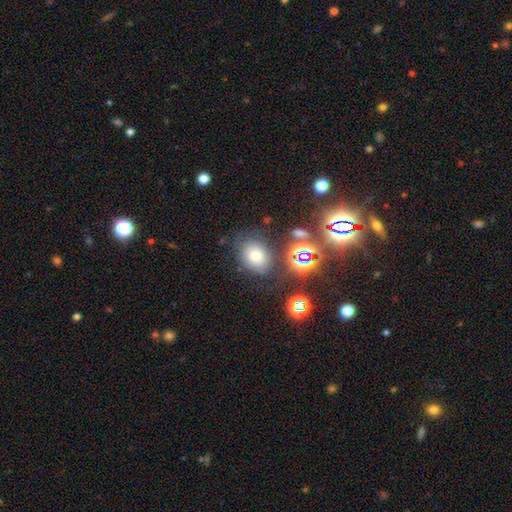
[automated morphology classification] smooth 63%, star or artifact 25%, featured or disk 12%. Down the decision tree: how rounded — in between (60%); merging — none (76%).